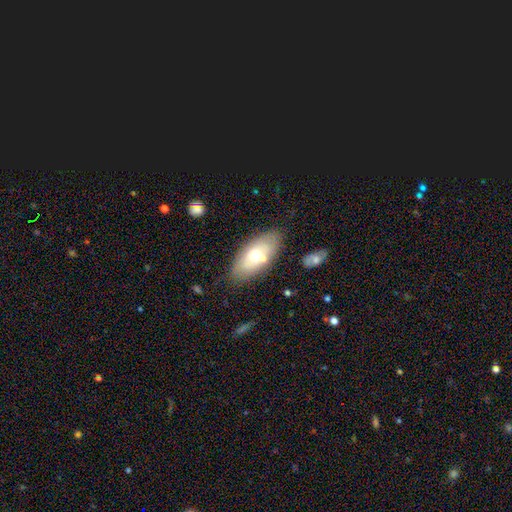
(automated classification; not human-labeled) This appears to be a smooth galaxy with no disk features (60%) that is in between round and cigar-shaped (88%). Merging: none (72%).